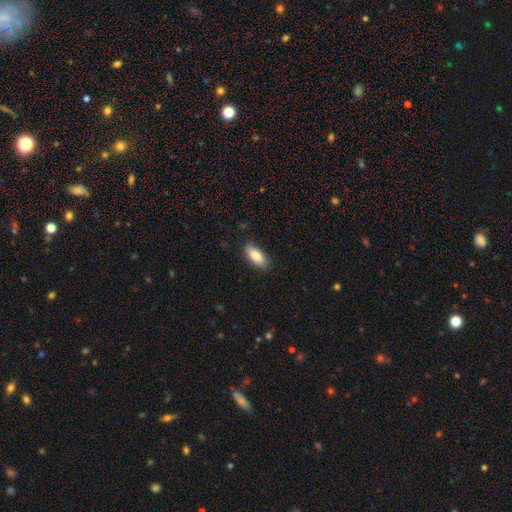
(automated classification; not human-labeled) Morphology: type=smooth (83%); roundness=in between (85%); merging=none (87%).